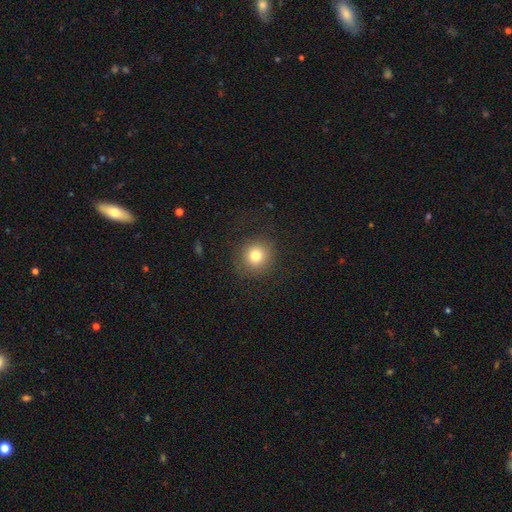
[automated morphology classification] A smooth galaxy with no disk features (79%) that is round (92%).

Vote fractions:
- Smooth or featured? smooth: 79% / star or artifact: 12% / featured or disk: 9%
- How rounded? round: 92% / in between: 7% / cigar-shaped: 1%
- Merging? none: 88% / minor disturbance: 7% / major disturbance: 4% / merger: 1%